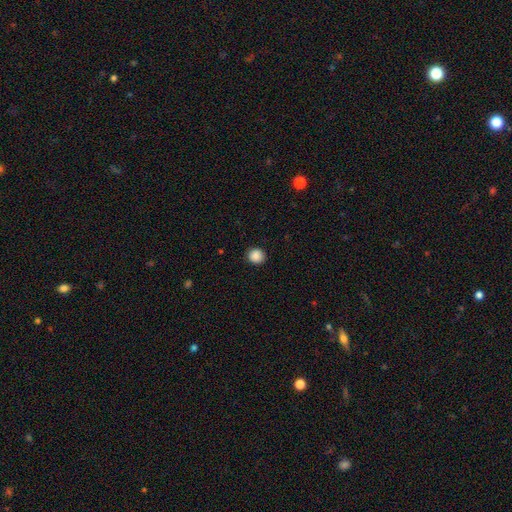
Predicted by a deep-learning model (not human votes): This appears to be a smooth galaxy with no disk features (88%) that is round (88%). Merging: none (90%).